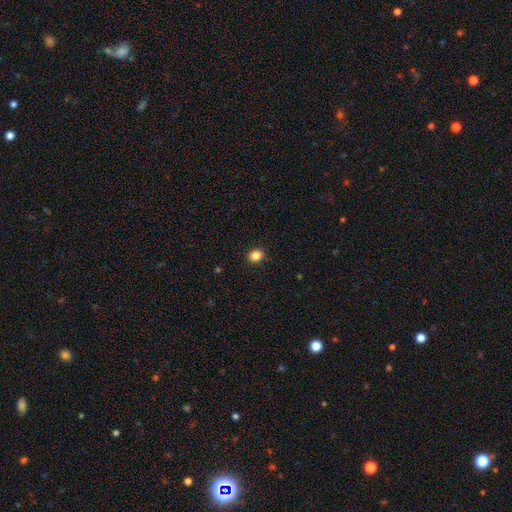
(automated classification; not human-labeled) This is clearly a smooth galaxy (85%). How rounded: likely round (68%). Merging: clearly none (91%).